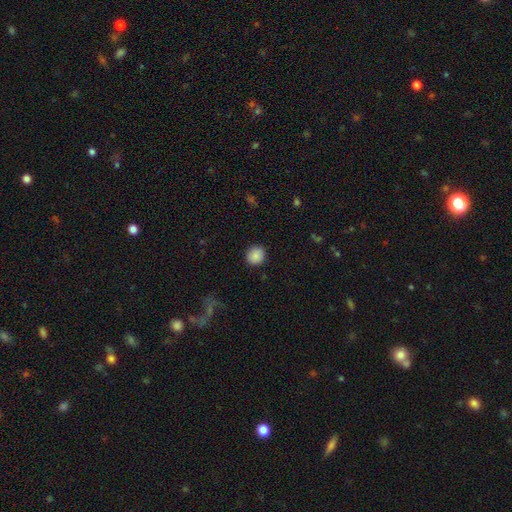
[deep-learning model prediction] Q: Smooth or featured?
A: smooth (87%); runner-up: star or artifact (9%)
Q: How rounded?
A: round (86%); runner-up: in between (13%)
Q: Merging?
A: none (89%); runner-up: minor disturbance (7%)